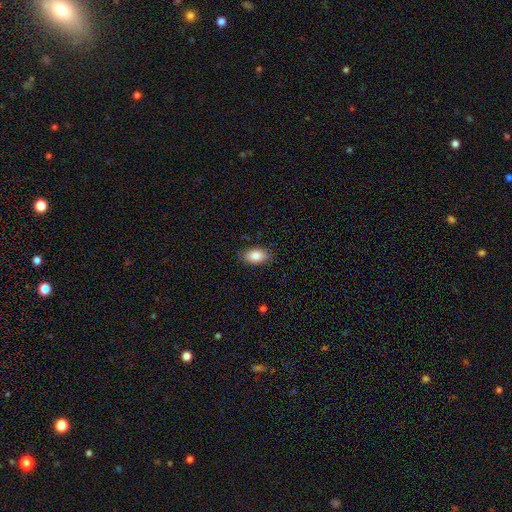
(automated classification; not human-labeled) Q: Smooth or featured?
A: smooth (87%); runner-up: star or artifact (7%)
Q: How rounded?
A: in between (92%); runner-up: round (6%)
Q: Merging?
A: none (86%); runner-up: minor disturbance (11%)